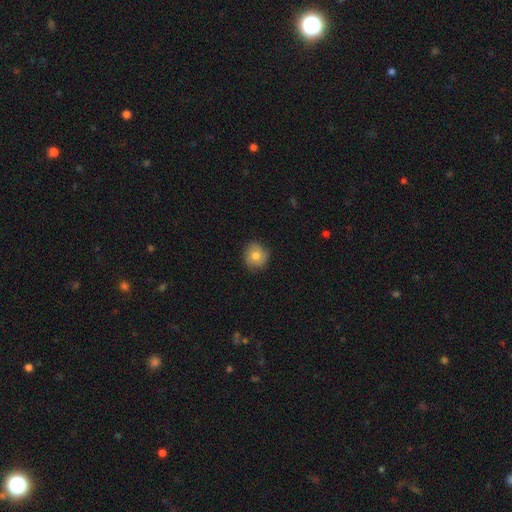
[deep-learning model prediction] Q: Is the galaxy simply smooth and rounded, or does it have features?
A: smooth — 72%.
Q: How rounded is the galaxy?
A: round — 87%.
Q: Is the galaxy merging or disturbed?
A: none — 82%.